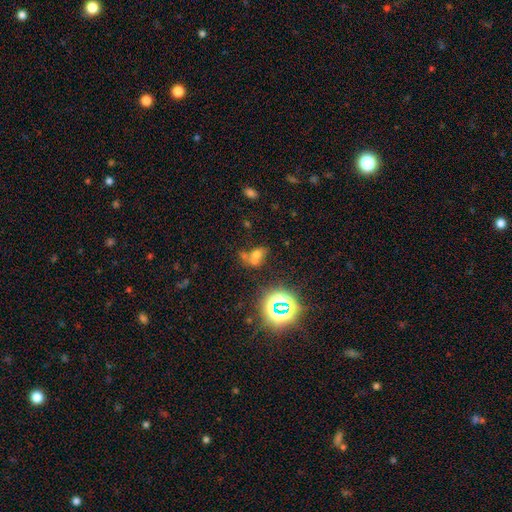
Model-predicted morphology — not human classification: Overall: smooth (52%; star or artifact 30%). How rounded: in between (62%; round 35%). Merging: merger (51%; none 31%).